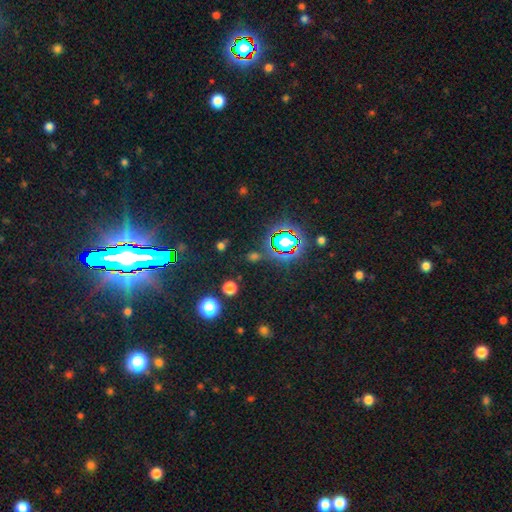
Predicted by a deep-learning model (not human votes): Smooth or featured? star or artifact (72%)